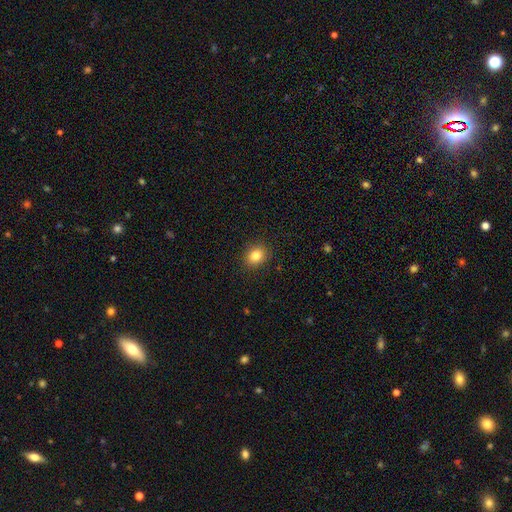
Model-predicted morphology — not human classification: smooth-or-featured: smooth: 84% | star or artifact: 10% | featured or disk: 6%
  how-rounded: in between: 52% | round: 47% | cigar-shaped: 1%
  merging: none: 88% | minor disturbance: 9% | major disturbance: 2% | merger: 1%